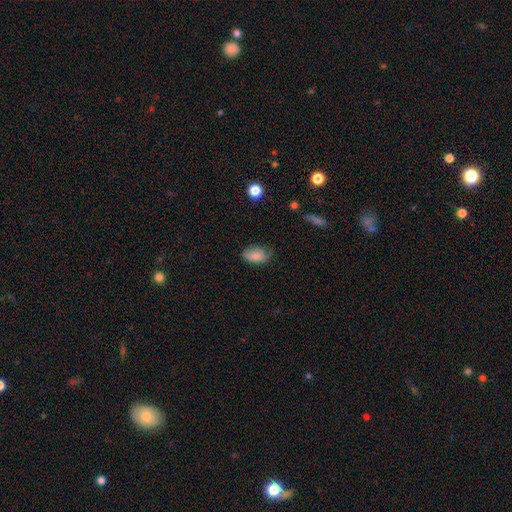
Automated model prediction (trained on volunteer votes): A smooth galaxy with no disk features (80%) that is in between round and cigar-shaped (90%). Merging: none (57%).